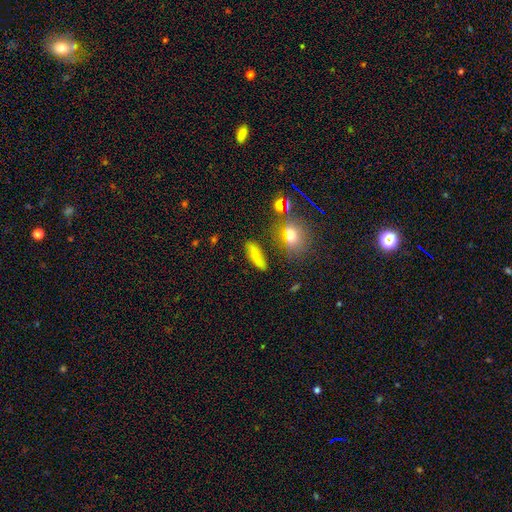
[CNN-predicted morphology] smooth-or-featured: smooth: 57% | featured or disk: 29% | star or artifact: 13%
  how-rounded: in between: 48% | cigar-shaped: 45% | round: 7%
  merging: none: 73% | minor disturbance: 16% | major disturbance: 5% | merger: 5%